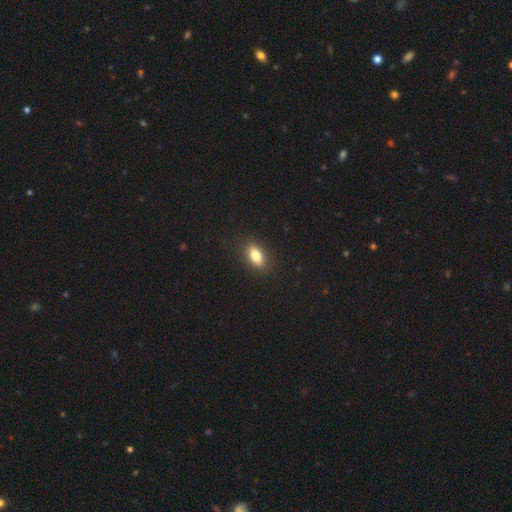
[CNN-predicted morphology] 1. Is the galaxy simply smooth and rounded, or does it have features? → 80% smooth, 11% featured or disk, 8% star or artifact.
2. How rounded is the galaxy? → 84% in between, 10% cigar-shaped, 7% round.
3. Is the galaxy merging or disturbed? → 89% none, 8% minor disturbance, 2% major disturbance, 1% merger.